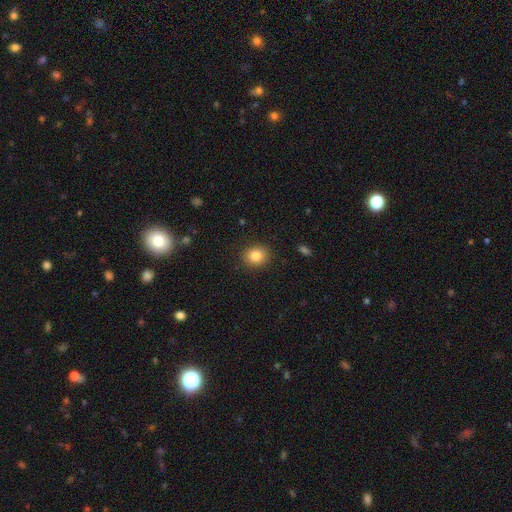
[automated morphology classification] Smooth or featured: smooth — 84% (star or artifact — 10%)
How rounded: round — 72% (in between — 27%)
Merging: none — 89% (minor disturbance — 8%)